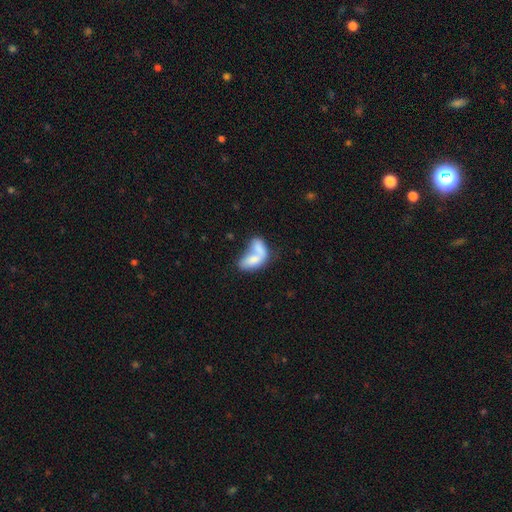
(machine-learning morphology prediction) smooth-or-featured: smooth: 70% | featured or disk: 23% | star or artifact: 7%
  how-rounded: in between: 88% | round: 7% | cigar-shaped: 5%
  merging: merger: 72% | none: 14% | major disturbance: 8% | minor disturbance: 7%